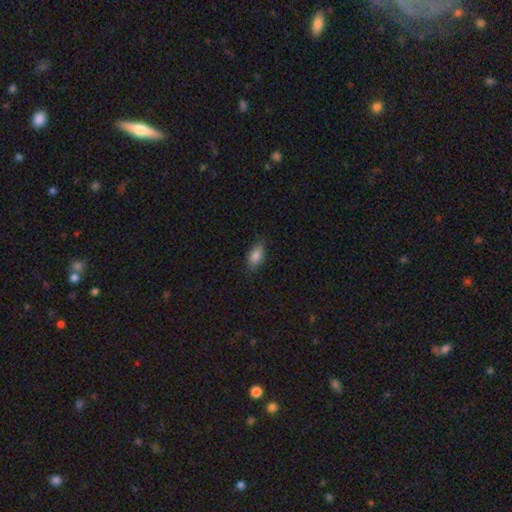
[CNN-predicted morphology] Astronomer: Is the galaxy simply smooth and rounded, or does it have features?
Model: smooth — 82%.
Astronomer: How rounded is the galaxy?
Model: in between — 87%.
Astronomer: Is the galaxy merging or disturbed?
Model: none — 75%.